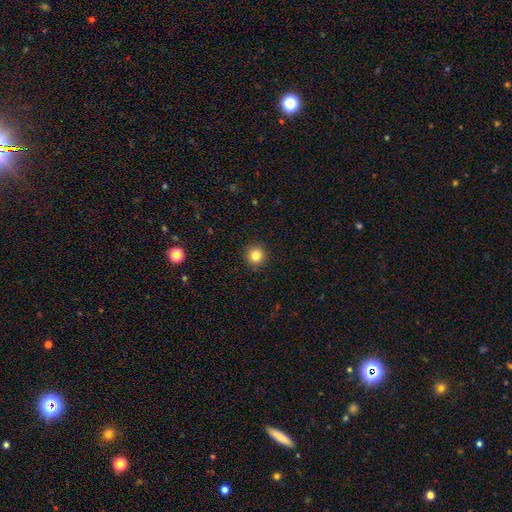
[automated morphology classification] type=smooth (83%); roundness=round (95%); merging=none (92%).